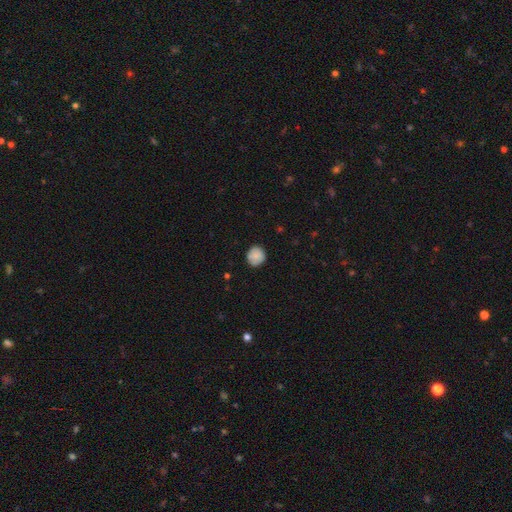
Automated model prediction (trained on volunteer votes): Smooth or featured? smooth (83%)
How rounded? round (88%)
Merging? none (80%)